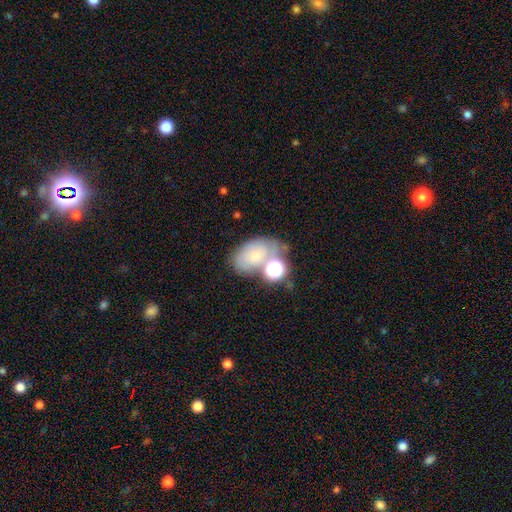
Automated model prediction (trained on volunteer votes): A smooth galaxy with no disk features (61%) that is in between round and cigar-shaped (82%).

Vote fractions:
- Smooth or featured? smooth: 61% / featured or disk: 24% / star or artifact: 16%
- How rounded? in between: 82% / round: 16% / cigar-shaped: 1%
- Merging? none: 43% / merger: 28% / minor disturbance: 18% / major disturbance: 11%